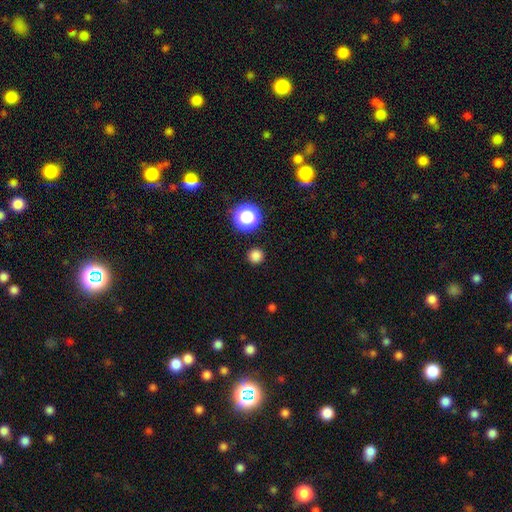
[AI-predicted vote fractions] smooth 80%, star or artifact 16%, featured or disk 3%. Down the decision tree: how rounded — round (95%); merging — none (91%).